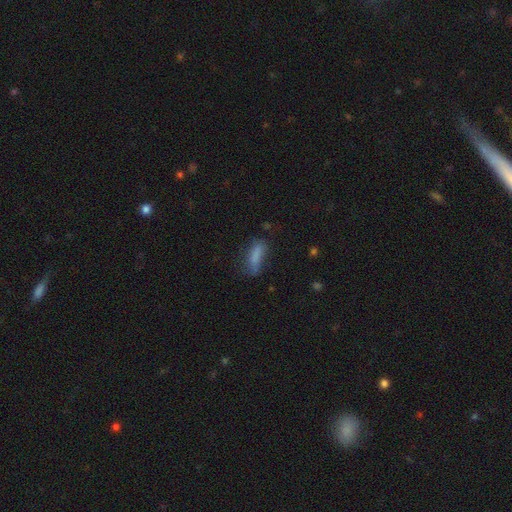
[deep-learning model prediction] smooth_or_featured: smooth (p=0.77) [alt: featured or disk p=0.13]
how_rounded: in between (p=0.58) [alt: cigar-shaped p=0.40]
merging: none (p=0.52) [alt: minor disturbance p=0.29]